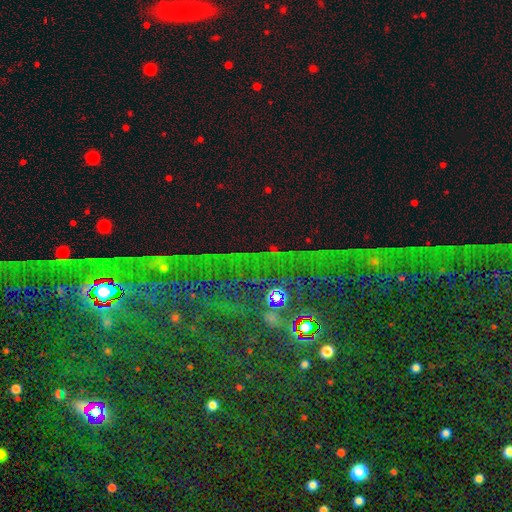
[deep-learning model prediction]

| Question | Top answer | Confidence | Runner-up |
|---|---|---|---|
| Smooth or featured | star or artifact | 83% | featured or disk (9%) |